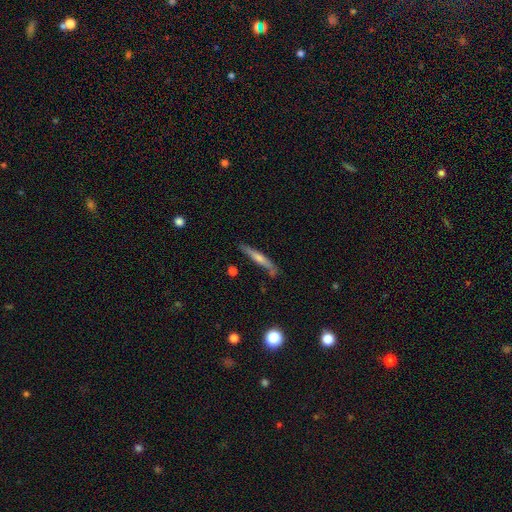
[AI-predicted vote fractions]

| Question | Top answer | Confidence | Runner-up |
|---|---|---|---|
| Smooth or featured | featured or disk | 60% | smooth (33%) |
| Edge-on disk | yes | 95% | no (5%) |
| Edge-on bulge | rounded | 67% | none (24%) |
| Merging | none | 79% | minor disturbance (14%) |